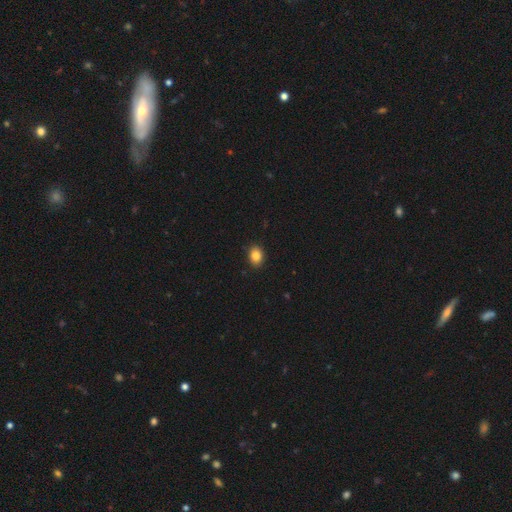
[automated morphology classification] Smooth or featured: smooth — 85% (star or artifact — 10%)
How rounded: in between — 61% (round — 38%)
Merging: none — 90% (minor disturbance — 7%)